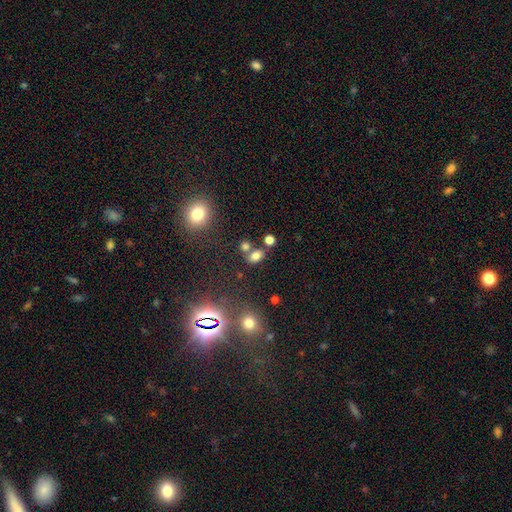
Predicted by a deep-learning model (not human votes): smooth-or-featured: smooth: 72% | star or artifact: 19% | featured or disk: 9%
  how-rounded: in between: 71% | round: 28% | cigar-shaped: 2%
  merging: none: 58% | merger: 26% | minor disturbance: 11% | major disturbance: 4%